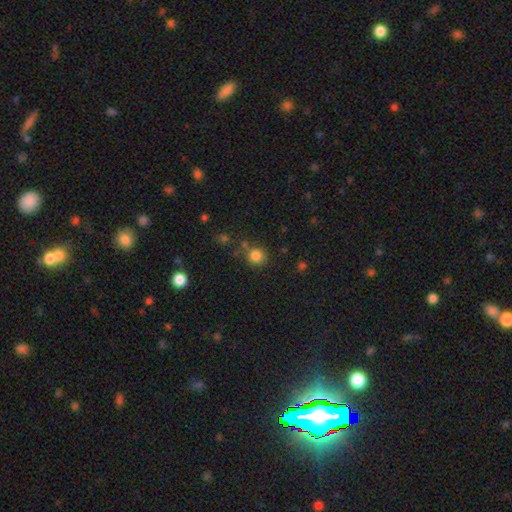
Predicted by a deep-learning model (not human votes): Smooth or featured?
  - smooth: 82% *
  - star or artifact: 13%
  - featured or disk: 6%
How rounded?
  - round: 86% *
  - in between: 13%
  - cigar-shaped: 1%
Merging?
  - none: 71% *
  - minor disturbance: 14%
  - merger: 10%
  - major disturbance: 5%